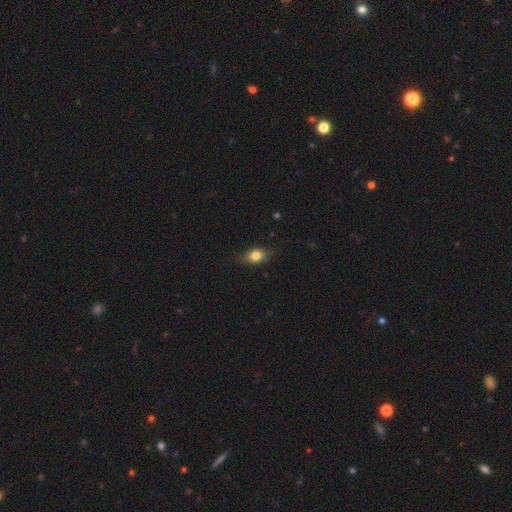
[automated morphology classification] smooth_or_featured: smooth (p=0.79) [alt: featured or disk p=0.12]
how_rounded: in between (p=0.66) [alt: round p=0.29]
merging: none (p=0.75) [alt: minor disturbance p=0.19]